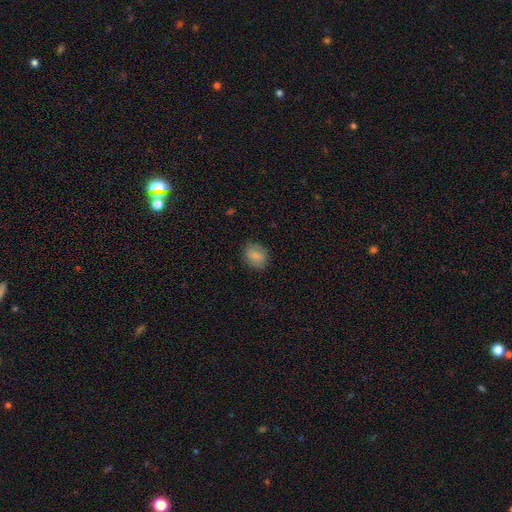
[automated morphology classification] Smooth or featured?
  - smooth: 80% *
  - featured or disk: 11%
  - star or artifact: 8%
How rounded?
  - round: 51% *
  - in between: 48%
  - cigar-shaped: 1%
Merging?
  - none: 83% *
  - minor disturbance: 12%
  - major disturbance: 3%
  - merger: 1%